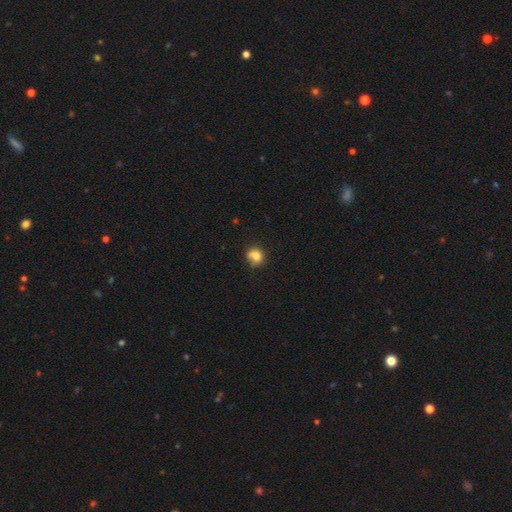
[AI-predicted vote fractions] Smooth or featured? Predicted: smooth (p=0.78). How rounded? Predicted: round (p=0.76). Merging? Predicted: none (p=0.56).